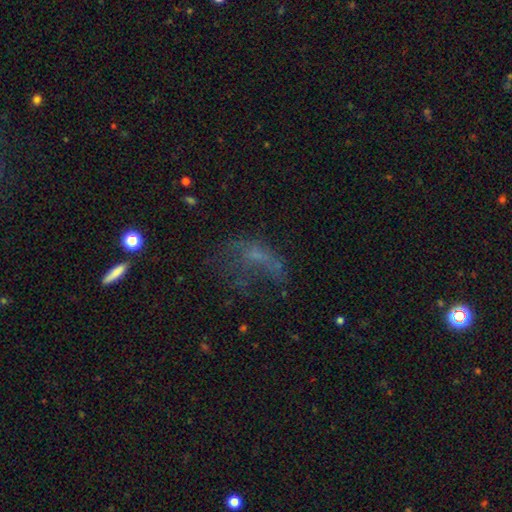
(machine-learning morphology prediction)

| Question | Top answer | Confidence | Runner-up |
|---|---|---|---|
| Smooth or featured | featured or disk | 39% | smooth (36%) |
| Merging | major disturbance | 47% | none (31%) |